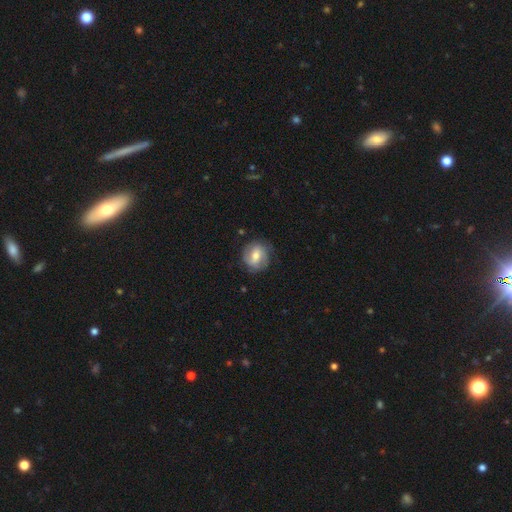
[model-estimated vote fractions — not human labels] This is possibly a featured or disk galaxy (53%). It is clearly not viewed edge-on (97%). Bar: possibly weak (46%). Spiral arm pattern: likely yes (80%). Central bulge: likely moderate (67%). Merging: likely none (77%).